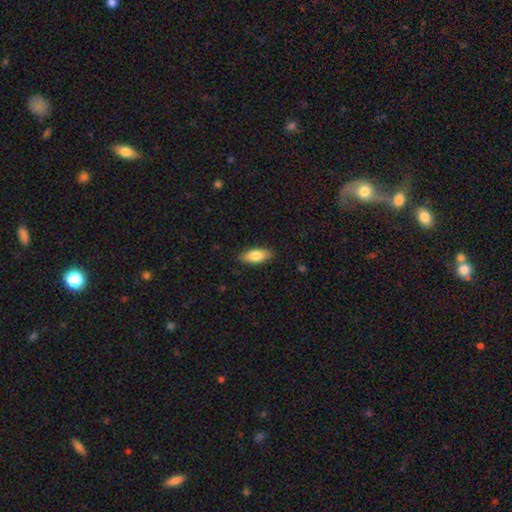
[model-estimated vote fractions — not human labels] This appears to be a smooth galaxy with no disk features (78%) that is in between round and cigar-shaped (80%). Merging: none (88%).